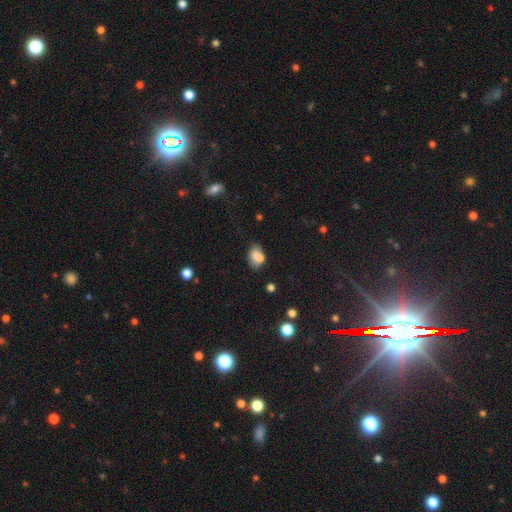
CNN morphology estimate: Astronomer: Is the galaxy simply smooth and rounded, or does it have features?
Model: smooth — 75%.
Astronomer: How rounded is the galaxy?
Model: in between — 80%.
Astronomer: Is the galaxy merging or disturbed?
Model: none — 49%.